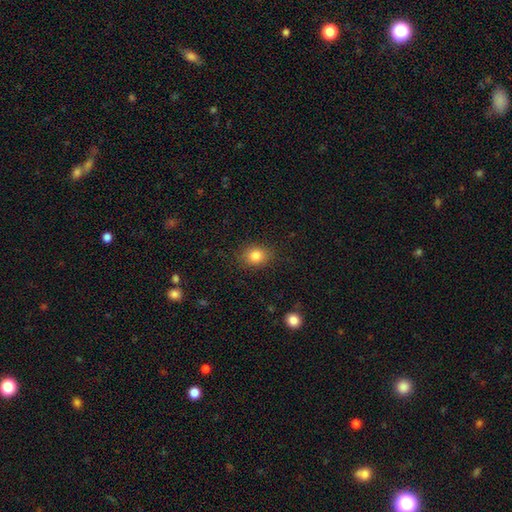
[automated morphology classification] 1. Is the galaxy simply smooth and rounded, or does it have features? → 84% smooth, 10% star or artifact, 6% featured or disk.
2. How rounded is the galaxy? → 51% round, 47% in between, 1% cigar-shaped.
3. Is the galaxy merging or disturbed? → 86% none, 10% minor disturbance, 3% major disturbance, 1% merger.